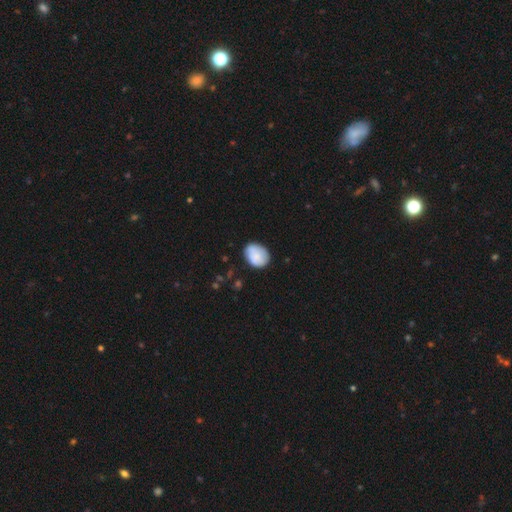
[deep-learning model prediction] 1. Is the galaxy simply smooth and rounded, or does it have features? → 81% smooth, 12% featured or disk, 7% star or artifact.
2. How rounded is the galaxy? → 61% in between, 38% round, 1% cigar-shaped.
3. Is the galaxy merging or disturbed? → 71% none, 23% minor disturbance, 4% major disturbance, 2% merger.